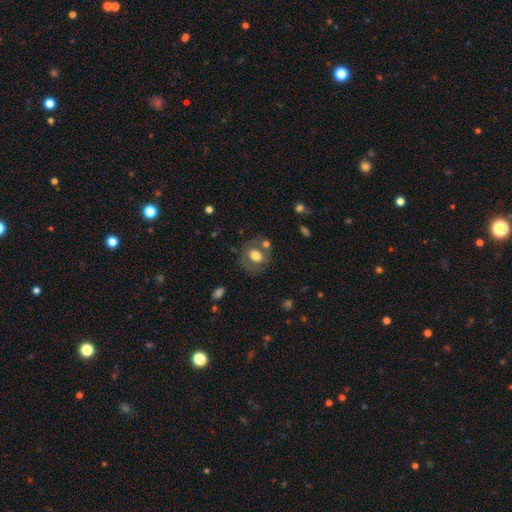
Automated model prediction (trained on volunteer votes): A smooth galaxy with no disk features (60%) that is round (57%). Merging: none (67%).